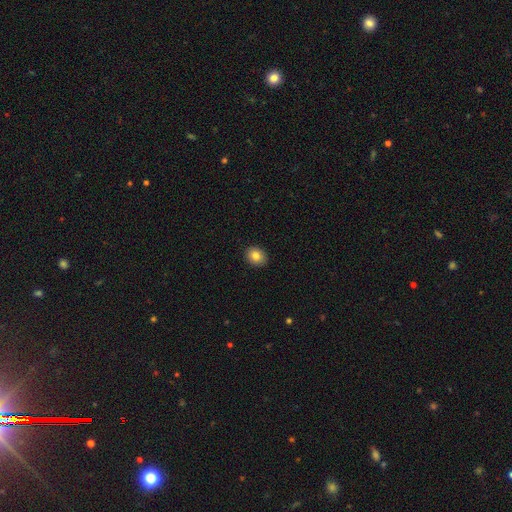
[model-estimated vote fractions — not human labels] Smooth or featured? Predicted: smooth (p=0.83). How rounded? Predicted: round (p=0.54). Merging? Predicted: none (p=0.91).